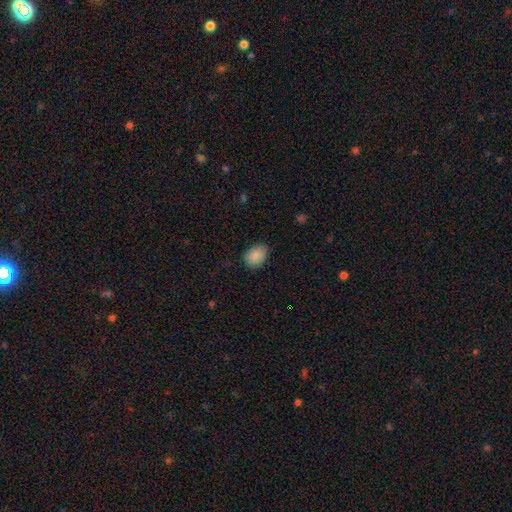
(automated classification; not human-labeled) Smooth or featured: smooth — 87% (star or artifact — 8%)
How rounded: in between — 73% (round — 26%)
Merging: none — 77% (minor disturbance — 19%)